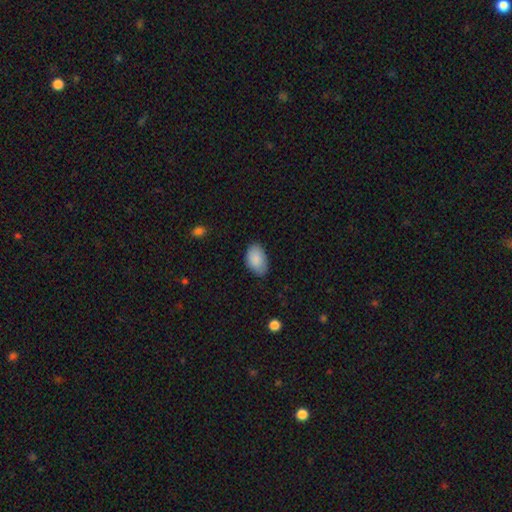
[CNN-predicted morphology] Smooth or featured?
  - smooth: 89% *
  - star or artifact: 6%
  - featured or disk: 5%
How rounded?
  - in between: 92% *
  - round: 7%
  - cigar-shaped: 1%
Merging?
  - none: 76% *
  - minor disturbance: 20%
  - major disturbance: 3%
  - merger: 1%